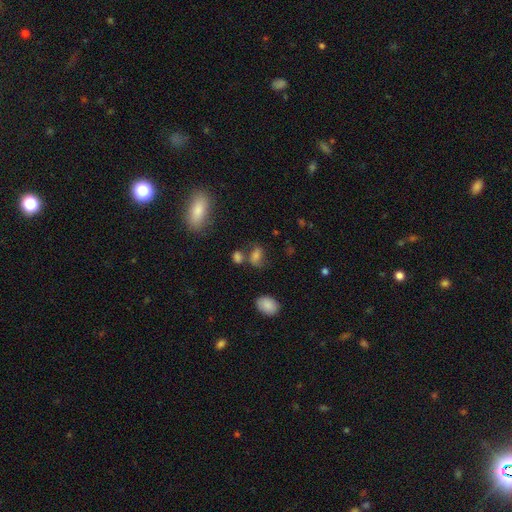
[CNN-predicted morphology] Smooth or featured? Predicted: smooth (p=0.64). How rounded? Predicted: in between (p=0.75). Merging? Predicted: none (p=0.50).